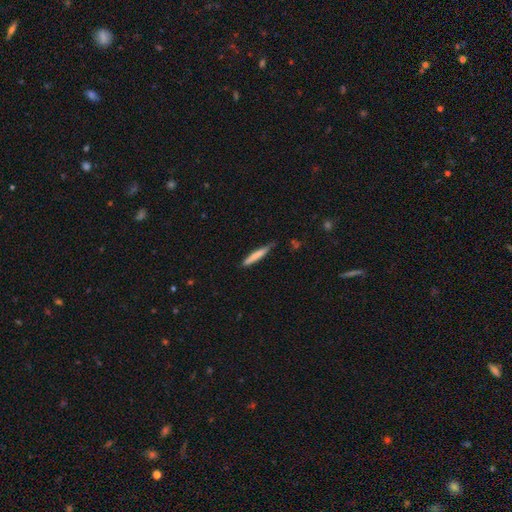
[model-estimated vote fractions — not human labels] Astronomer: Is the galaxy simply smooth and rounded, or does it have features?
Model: smooth — 74%.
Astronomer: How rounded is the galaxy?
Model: cigar-shaped — 94%.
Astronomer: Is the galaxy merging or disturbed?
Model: none — 76%.